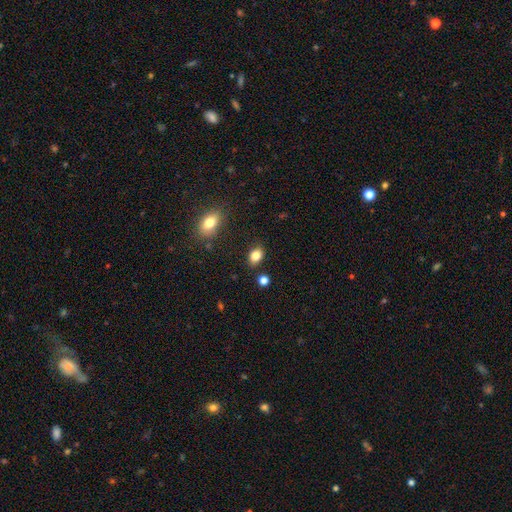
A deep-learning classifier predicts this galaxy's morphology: The model was most divided on "how rounded": in between: 76%, round: 22%, cigar-shaped: 2%. More confident: smooth or featured — smooth (84%); merging — none (82%).